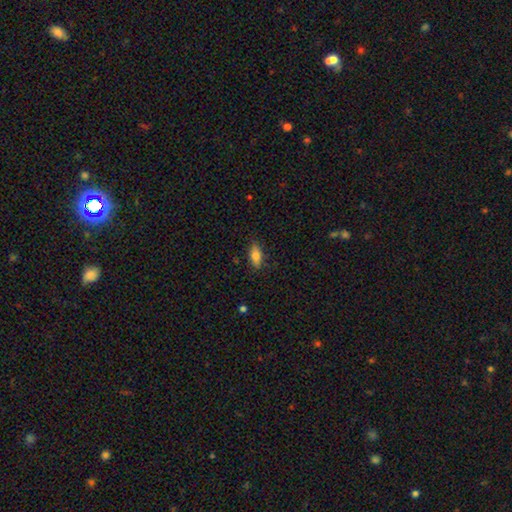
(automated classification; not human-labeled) smooth 76%, featured or disk 16%, star or artifact 8%. Down the decision tree: how rounded — in between (77%); merging — none (81%).